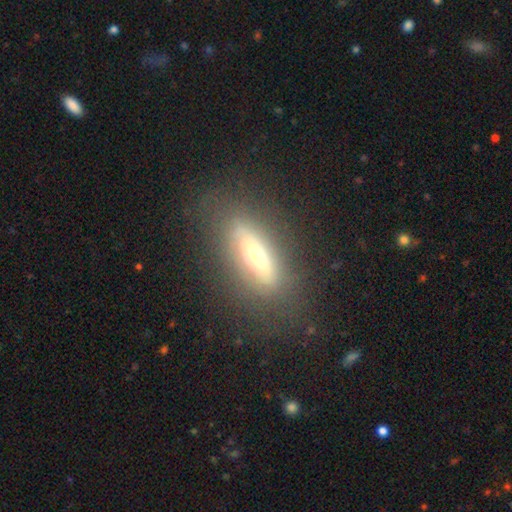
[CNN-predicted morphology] This is possibly a featured or disk galaxy (49%). Merging: likely none (75%).